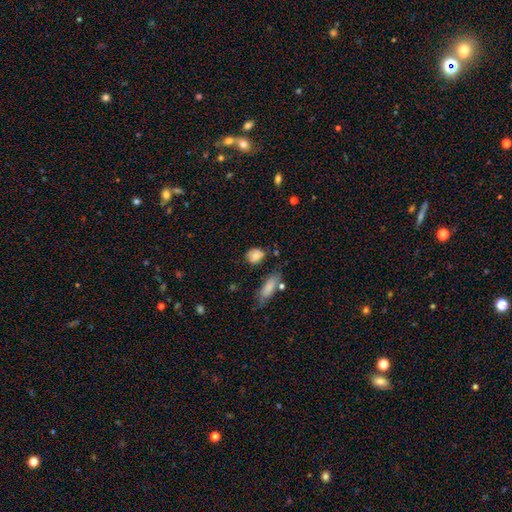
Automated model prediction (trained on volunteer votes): smooth-or-featured: smooth: 79% | featured or disk: 12% | star or artifact: 9%
  how-rounded: round: 49% | in between: 48% | cigar-shaped: 3%
  merging: none: 62% | minor disturbance: 25% | major disturbance: 7% | merger: 5%